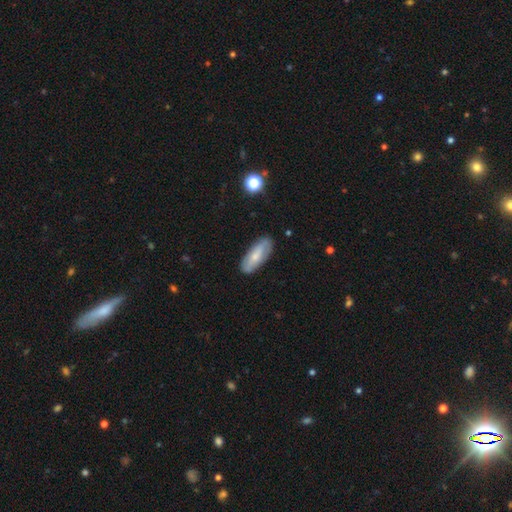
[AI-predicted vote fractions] This appears to be a smooth galaxy with no disk features (59%) that is in between round and cigar-shaped (71%). Merging: none (83%).